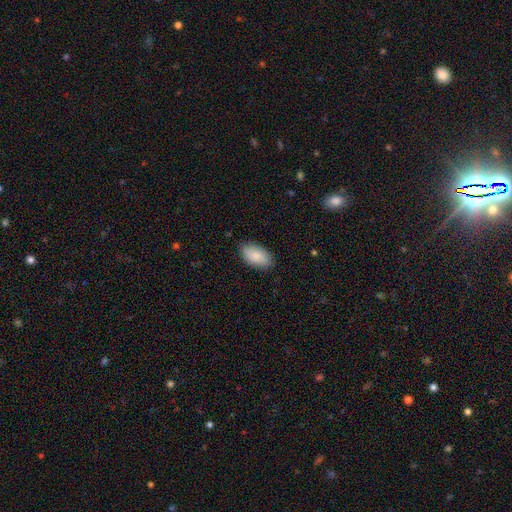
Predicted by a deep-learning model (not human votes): A smooth galaxy with no disk features (88%) that is in between round and cigar-shaped (95%). Merging: none (84%).